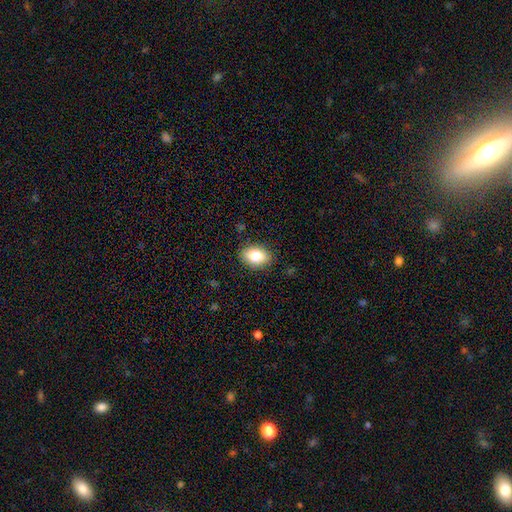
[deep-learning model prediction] A smooth galaxy with no disk features (83%) that is in between round and cigar-shaped (83%). Merging: none (86%).